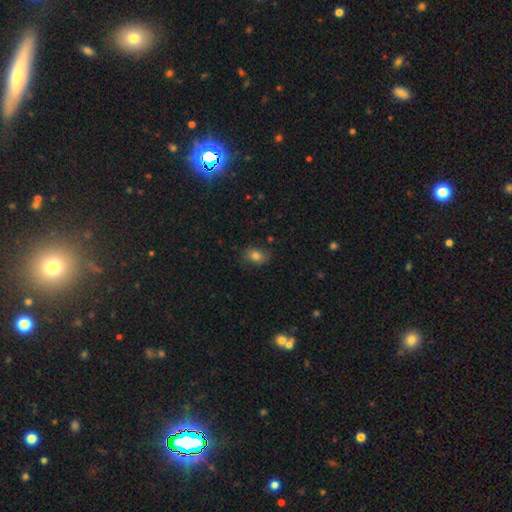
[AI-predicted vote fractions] smooth_or_featured: smooth (p=0.80) [alt: star or artifact p=0.11]
how_rounded: in between (p=0.75) [alt: round p=0.24]
merging: none (p=0.79) [alt: minor disturbance p=0.16]